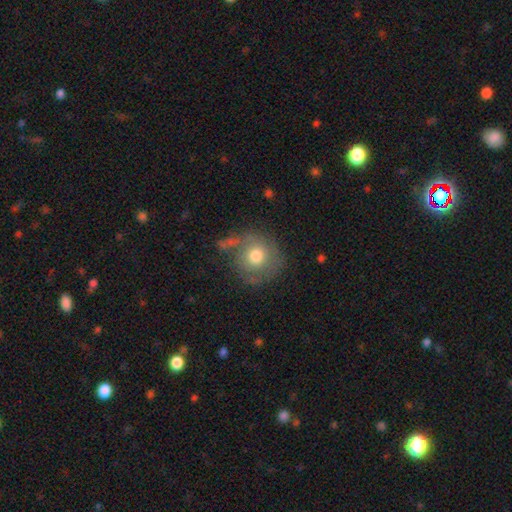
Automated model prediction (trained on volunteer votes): Smooth or featured? smooth (66%)
How rounded? round (90%)
Merging? none (62%)